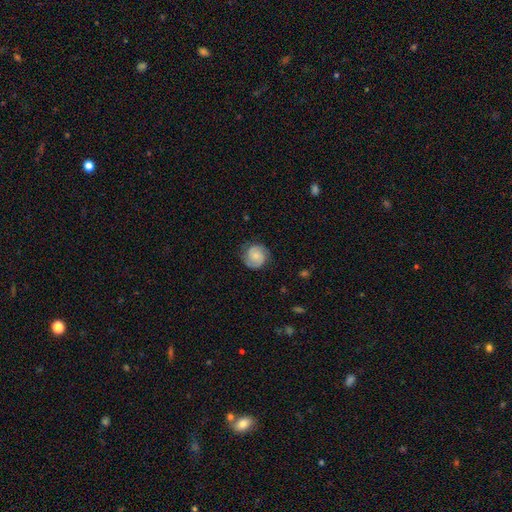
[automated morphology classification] Q: Smooth or featured?
A: featured or disk (63%); runner-up: smooth (30%)
Q: Edge-on disk?
A: no (98%); runner-up: yes (2%)
Q: Bar?
A: no (70%); runner-up: weak (26%)
Q: Spiral arms?
A: yes (94%); runner-up: no (6%)
Q: Spiral winding?
A: tight (52%); runner-up: medium (38%)
Q: Spiral arm count?
A: 2 (85%); runner-up: can't tell (7%)
Q: Bulge size?
A: small (56%); runner-up: moderate (30%)
Q: Merging?
A: none (81%); runner-up: minor disturbance (14%)